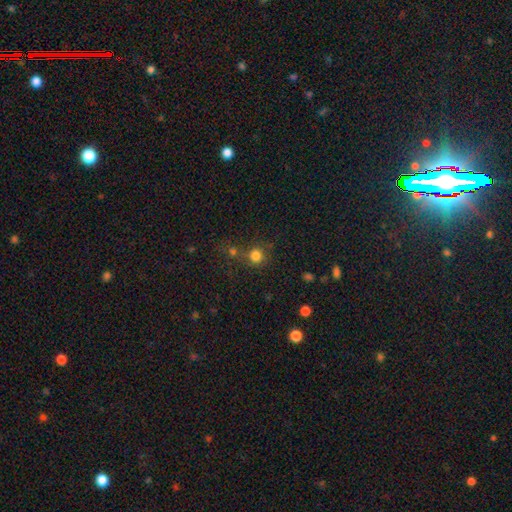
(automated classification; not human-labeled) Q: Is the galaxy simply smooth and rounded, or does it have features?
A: smooth — 79%.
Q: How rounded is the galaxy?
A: round — 90%.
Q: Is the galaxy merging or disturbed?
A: none — 63%.